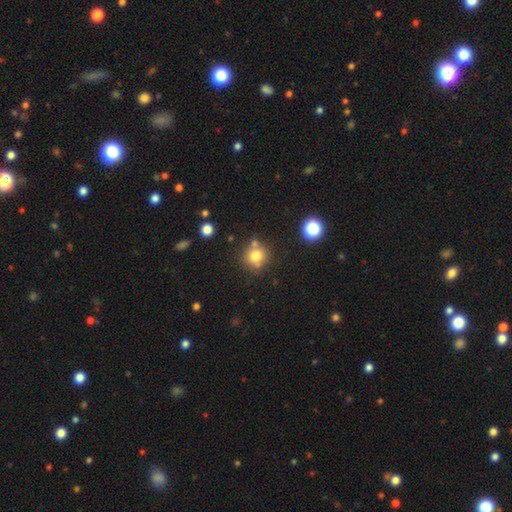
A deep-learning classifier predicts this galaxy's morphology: smooth_or_featured: smooth (p=0.76) [alt: star or artifact p=0.14]
how_rounded: round (p=0.89) [alt: in between p=0.10]
merging: none (p=0.70) [alt: merger p=0.15]